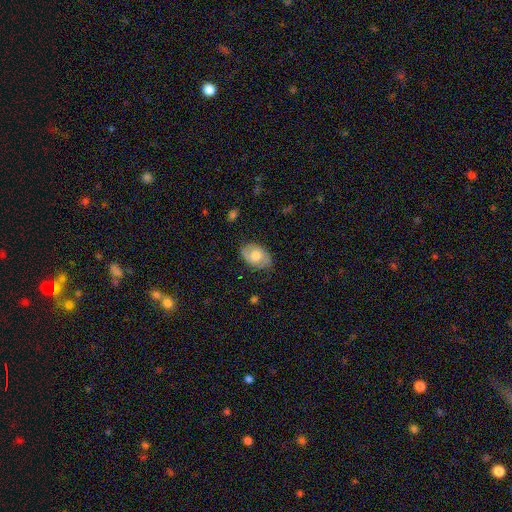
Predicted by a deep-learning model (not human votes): Overall: smooth (56%; featured or disk 38%). How rounded: in between (87%). Merging: none (75%).